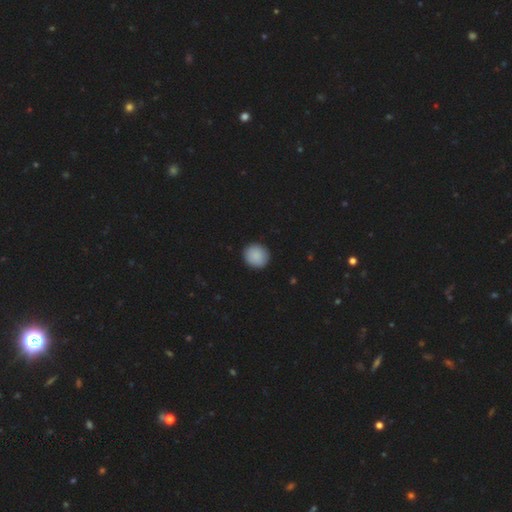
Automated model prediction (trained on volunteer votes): smooth_or_featured: smooth (p=0.89) [alt: star or artifact p=0.07]
how_rounded: round (p=0.90) [alt: in between p=0.09]
merging: none (p=0.92) [alt: minor disturbance p=0.05]